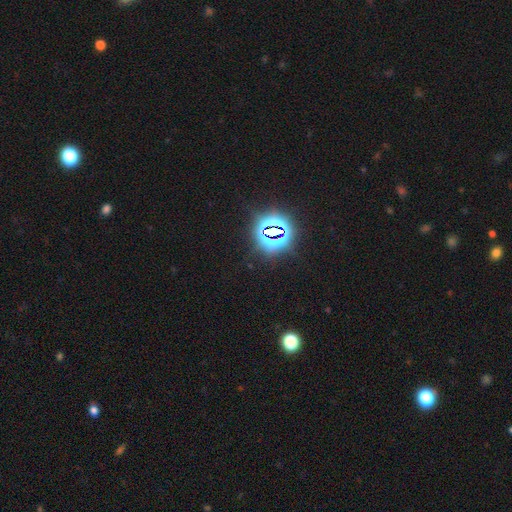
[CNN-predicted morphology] This is clearly a star or artifact rather than a galaxy (81%).